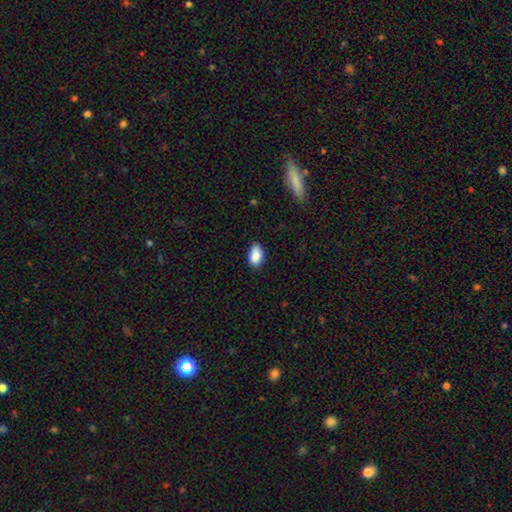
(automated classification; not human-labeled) A smooth galaxy with no disk features (89%) that is in between round and cigar-shaped (91%). Merging: none (78%).